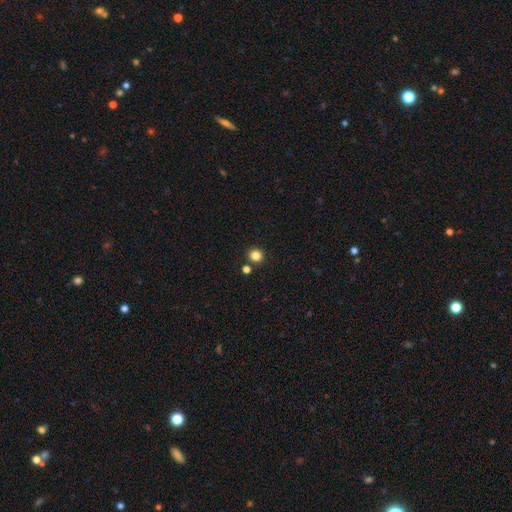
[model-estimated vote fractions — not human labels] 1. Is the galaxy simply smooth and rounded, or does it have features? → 83% smooth, 13% star or artifact, 4% featured or disk.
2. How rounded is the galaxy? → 87% round, 12% in between, 1% cigar-shaped.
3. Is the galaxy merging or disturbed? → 84% none, 7% merger, 7% minor disturbance, 2% major disturbance.